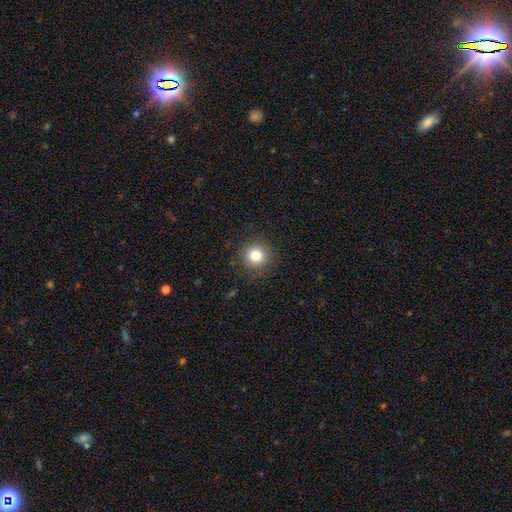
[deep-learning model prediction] smooth 83%, star or artifact 11%, featured or disk 6%. Down the decision tree: how rounded — round (95%); merging — none (89%).